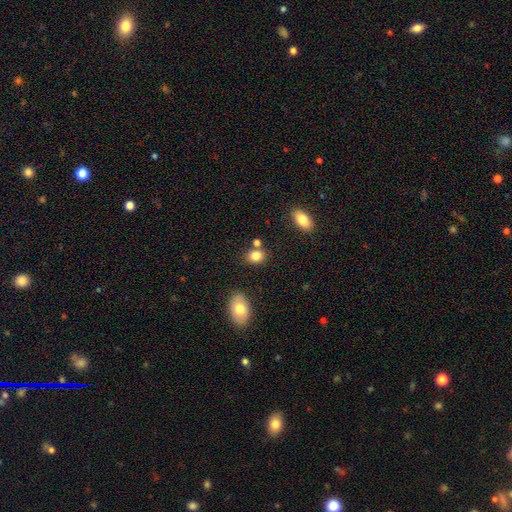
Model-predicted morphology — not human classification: A smooth galaxy with no disk features (82%) that is in between round and cigar-shaped (56%).

Vote fractions:
- Smooth or featured? smooth: 82% / star or artifact: 10% / featured or disk: 8%
- How rounded? in between: 56% / round: 43% / cigar-shaped: 1%
- Merging? none: 74% / merger: 12% / minor disturbance: 11% / major disturbance: 3%